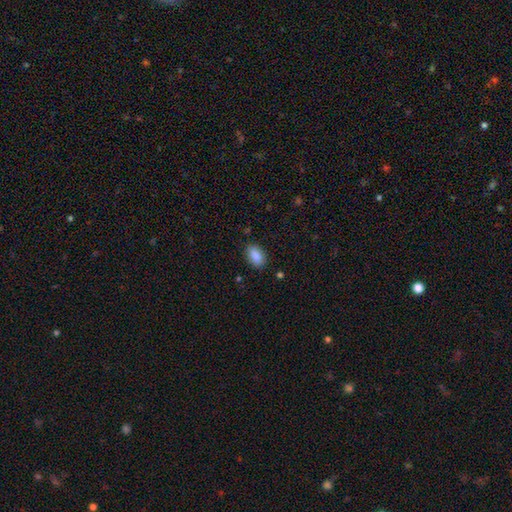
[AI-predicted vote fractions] Smooth or featured: smooth — 88% (star or artifact — 7%)
How rounded: in between — 91% (round — 6%)
Merging: none — 85% (minor disturbance — 12%)